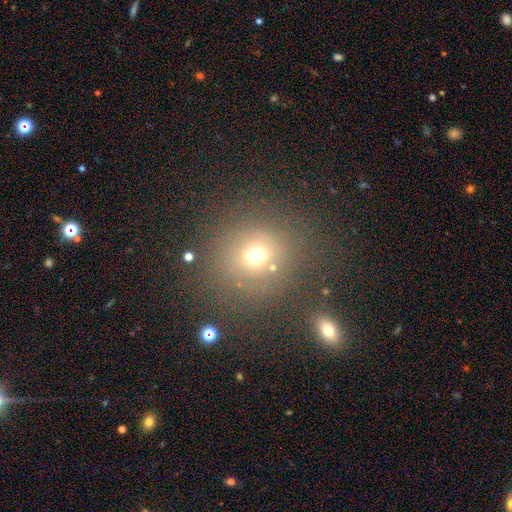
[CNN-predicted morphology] smooth 66%, star or artifact 24%, featured or disk 10%. Down the decision tree: how rounded — round (88%); merging — none (78%).